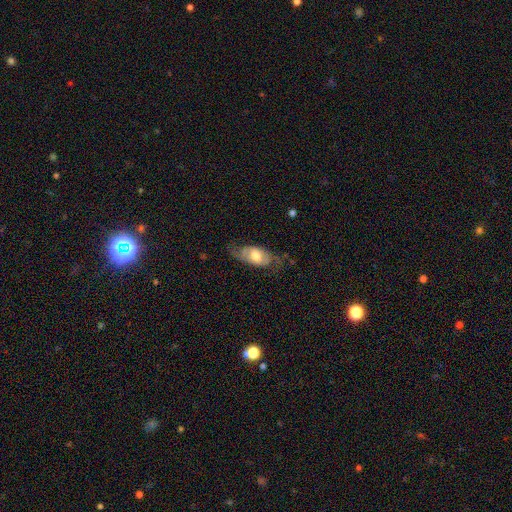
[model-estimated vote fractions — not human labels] Smooth or featured? featured or disk (55%)
Edge-on disk? no (85%)
Merging? none (60%)